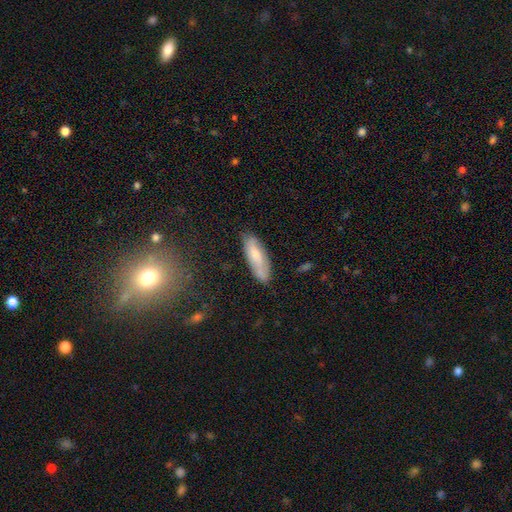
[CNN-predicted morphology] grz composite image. It shows a smooth galaxy with no disk features (65%) that is in between round and cigar-shaped (52%). Merging: none (76%).